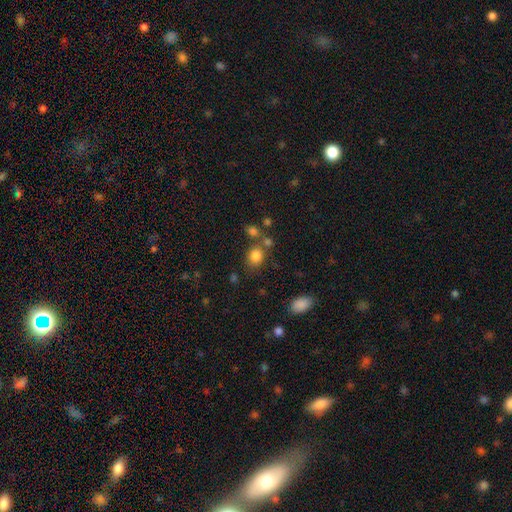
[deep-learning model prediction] Morphology: type=smooth (82%); roundness=round (67%); merging=none (66%).